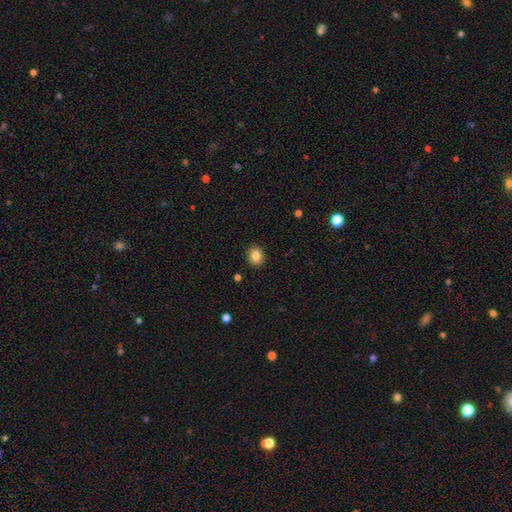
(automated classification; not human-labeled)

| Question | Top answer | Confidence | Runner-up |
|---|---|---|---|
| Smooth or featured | smooth | 84% | star or artifact (10%) |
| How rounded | round | 69% | in between (30%) |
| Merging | none | 90% | minor disturbance (7%) |